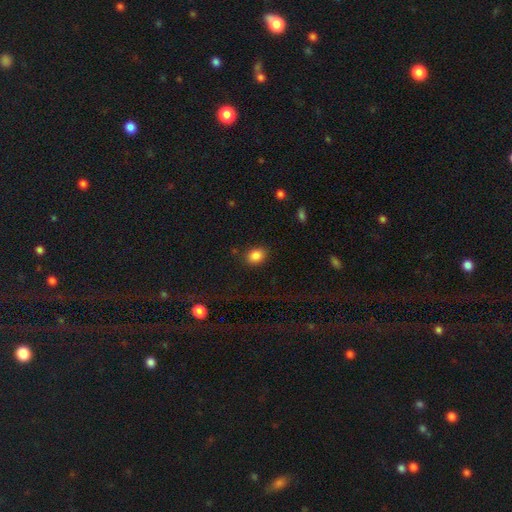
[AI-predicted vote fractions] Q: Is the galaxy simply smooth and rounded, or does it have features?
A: smooth — 85%.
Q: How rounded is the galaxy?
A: in between — 63%.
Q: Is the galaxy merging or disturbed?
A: none — 84%.